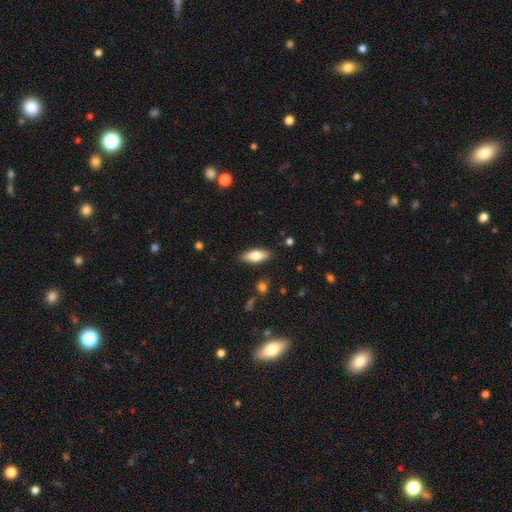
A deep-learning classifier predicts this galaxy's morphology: type=smooth (71%); roundness=in between (72%); merging=none (87%).